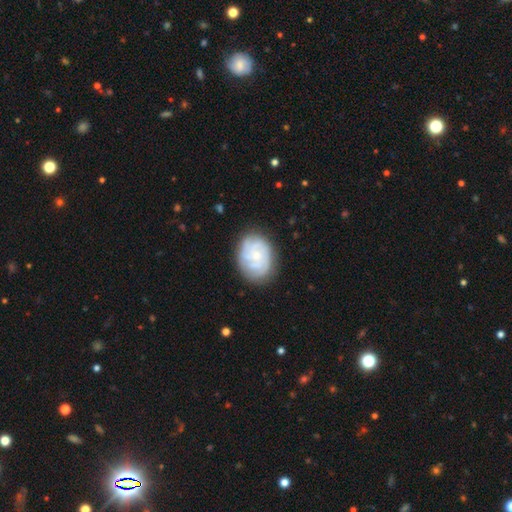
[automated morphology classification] featured or disk 64%, smooth 29%, star or artifact 7%. Down the decision tree: edge-on disk — no (98%); bar — no (77%); spiral arms — yes (89%); spiral arm count — can't tell (41%); spiral winding — tight (64%); bulge size — small (63%); merging — none (77%).